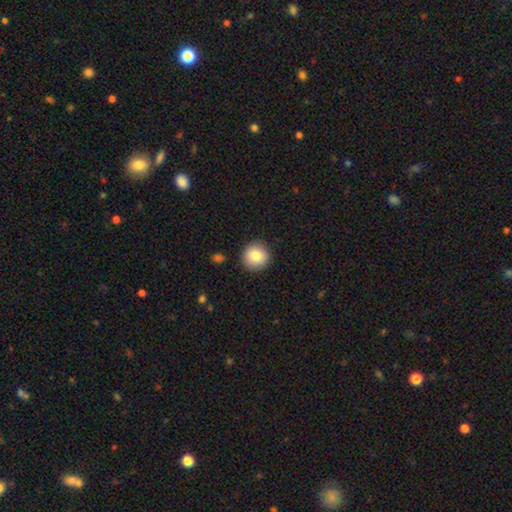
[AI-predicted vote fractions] A smooth galaxy with no disk features (84%) that is round (94%). Merging: none (91%).